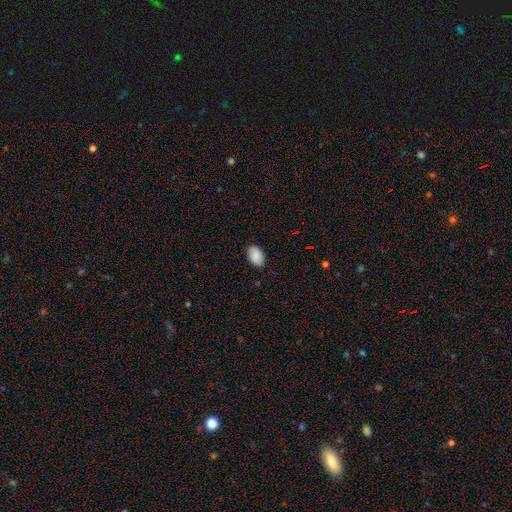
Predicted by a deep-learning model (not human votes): smooth 85%, star or artifact 7%, featured or disk 7%. Down the decision tree: how rounded — in between (89%); merging — none (85%).